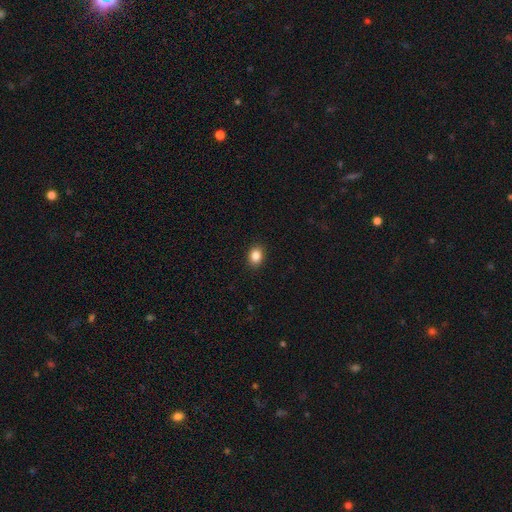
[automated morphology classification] smooth 87%, star or artifact 9%, featured or disk 4%. Down the decision tree: how rounded — in between (59%); merging — none (90%).